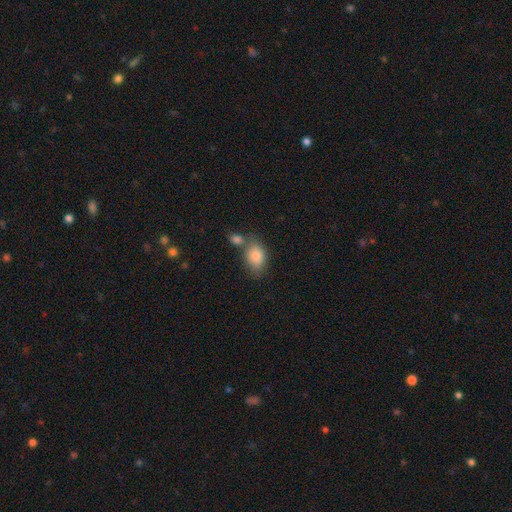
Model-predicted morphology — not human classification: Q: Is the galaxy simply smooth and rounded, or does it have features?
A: smooth — 86%.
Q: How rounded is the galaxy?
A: in between — 85%.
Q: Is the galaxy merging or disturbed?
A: none — 51%.